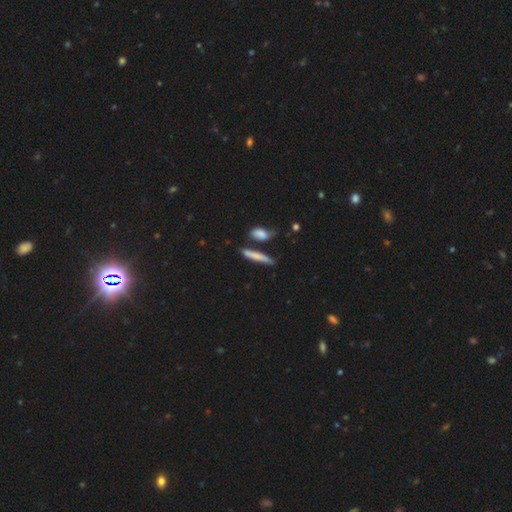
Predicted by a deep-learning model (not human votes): Smooth or featured? Predicted: smooth (p=0.71). How rounded? Predicted: cigar-shaped (p=0.86). Merging? Predicted: none (p=0.68).